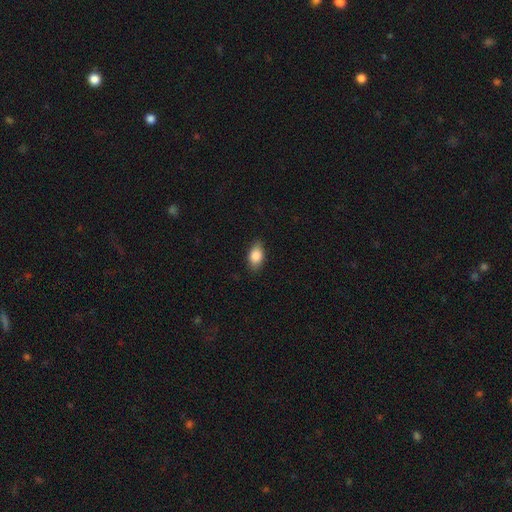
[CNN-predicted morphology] smooth-or-featured: smooth: 85% | featured or disk: 8% | star or artifact: 7%
  how-rounded: in between: 89% | round: 8% | cigar-shaped: 3%
  merging: none: 84% | minor disturbance: 13% | major disturbance: 3% | merger: 1%